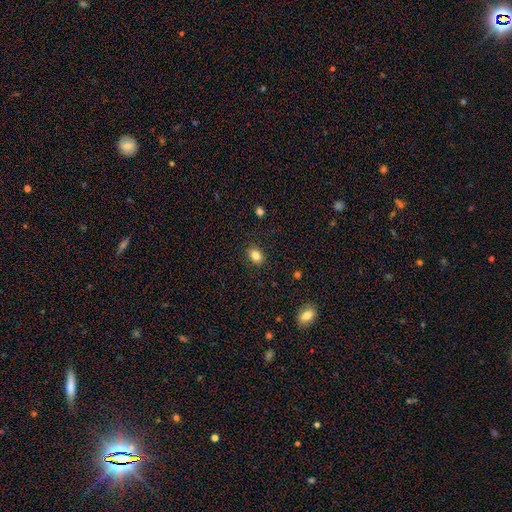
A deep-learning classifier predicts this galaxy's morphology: Smooth or featured: smooth — 84% (star or artifact — 10%)
How rounded: in between — 70% (round — 29%)
Merging: none — 87% (minor disturbance — 9%)